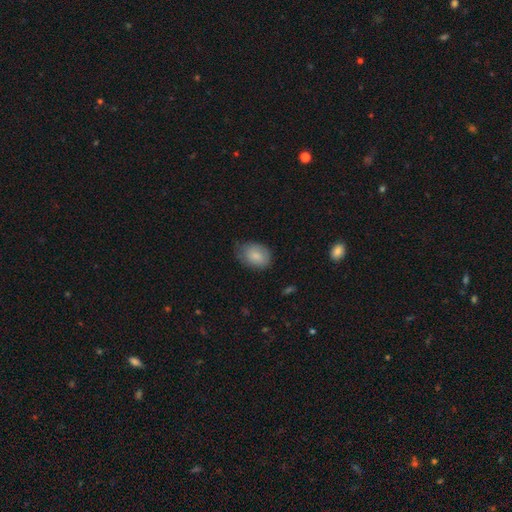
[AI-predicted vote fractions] Morphology: type=smooth (84%); roundness=in between (77%); merging=none (65%).